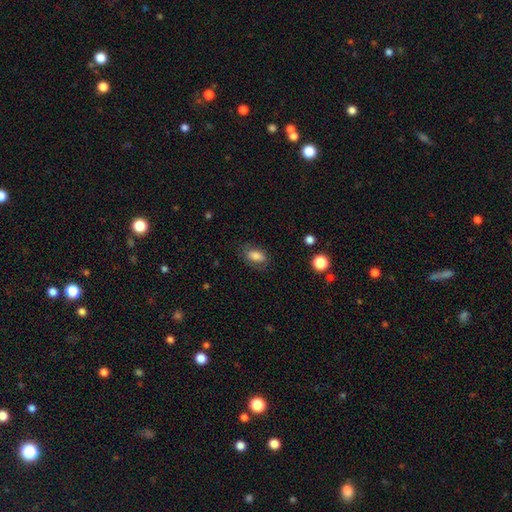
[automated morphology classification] A smooth galaxy with no disk features (80%) that is in between round and cigar-shaped (89%). Merging: none (75%).